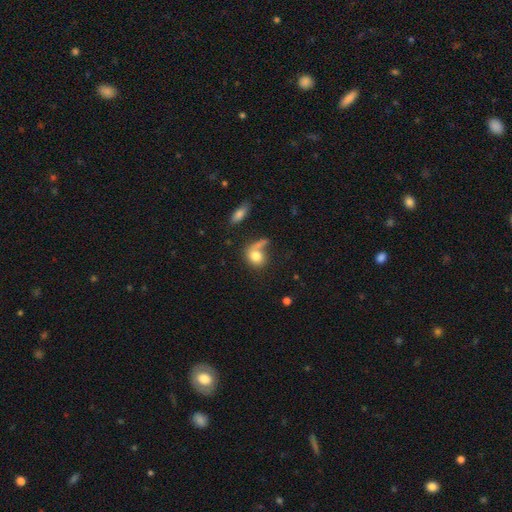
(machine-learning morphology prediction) This appears to be a smooth galaxy with no disk features (77%) that is round (59%). Merging: none (44%).